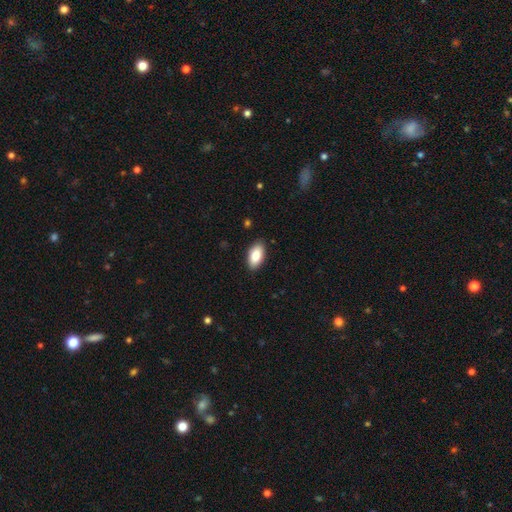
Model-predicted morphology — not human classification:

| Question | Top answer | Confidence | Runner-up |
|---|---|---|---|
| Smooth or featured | smooth | 85% | featured or disk (9%) |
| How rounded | in between | 94% | cigar-shaped (3%) |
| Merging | none | 89% | minor disturbance (9%) |